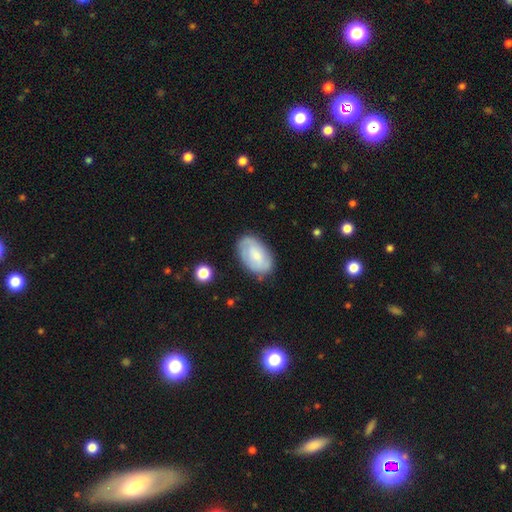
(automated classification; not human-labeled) A smooth galaxy with no disk features (54%) that is in between round and cigar-shaped (92%). Merging: none (76%).